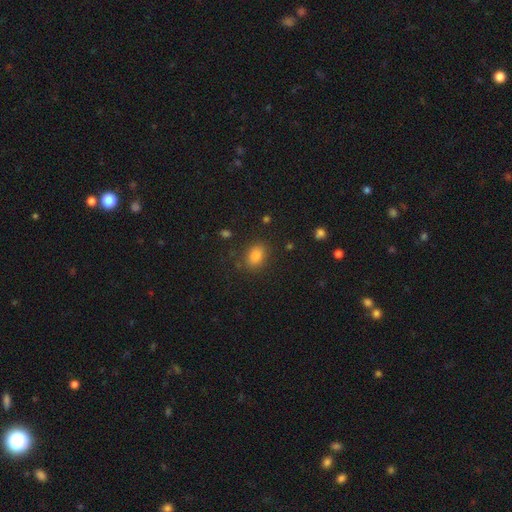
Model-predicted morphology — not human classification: smooth 83%, star or artifact 11%, featured or disk 5%. Down the decision tree: how rounded — in between (74%); merging — none (83%).